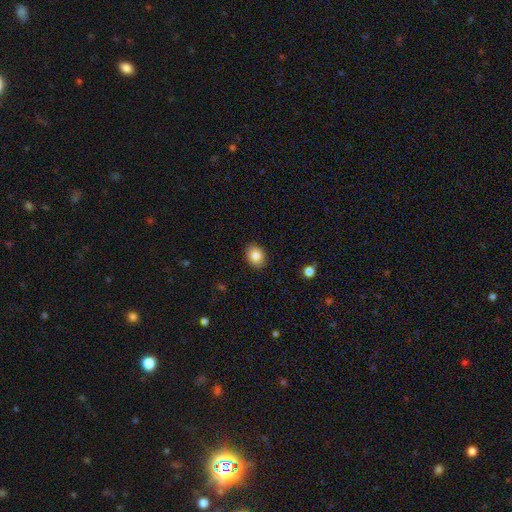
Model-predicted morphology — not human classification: A smooth galaxy with no disk features (85%) that is in between round and cigar-shaped (52%). Merging: none (89%).